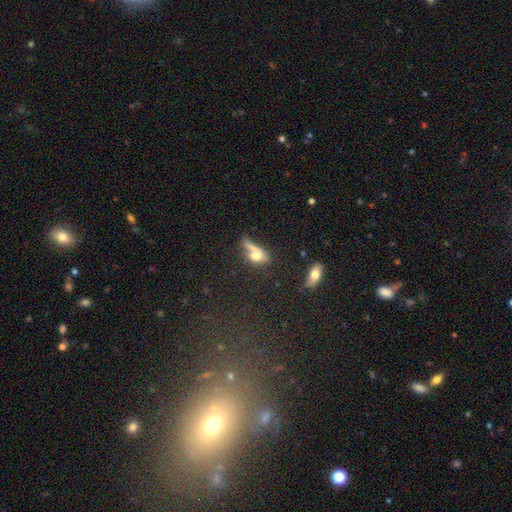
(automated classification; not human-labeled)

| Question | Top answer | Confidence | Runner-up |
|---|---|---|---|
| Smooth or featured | smooth | 61% | featured or disk (25%) |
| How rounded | in between | 57% | cigar-shaped (23%) |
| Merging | none | 33% | merger (31%) |